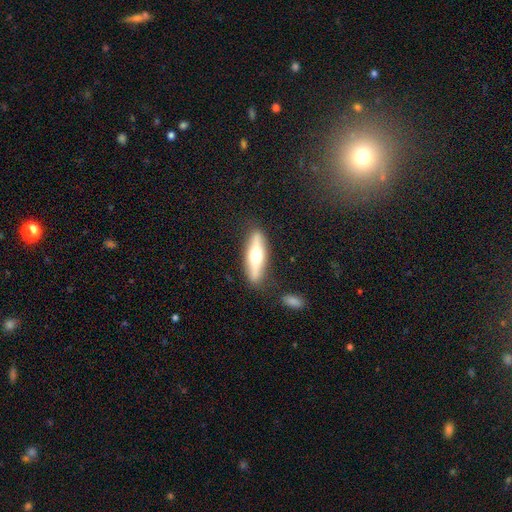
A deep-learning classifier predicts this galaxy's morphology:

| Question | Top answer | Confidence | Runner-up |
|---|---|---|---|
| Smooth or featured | featured or disk | 50% | smooth (45%) |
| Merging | none | 82% | minor disturbance (11%) |